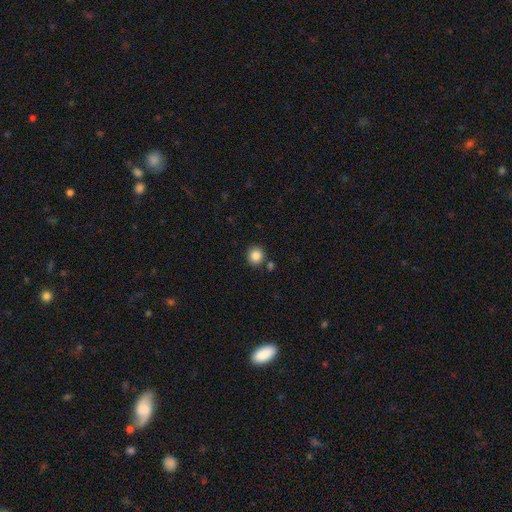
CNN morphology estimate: Smooth or featured?
  - smooth: 86% *
  - star or artifact: 10%
  - featured or disk: 5%
How rounded?
  - round: 88% *
  - in between: 12%
  - cigar-shaped: 1%
Merging?
  - none: 83% *
  - minor disturbance: 8%
  - merger: 6%
  - major disturbance: 2%